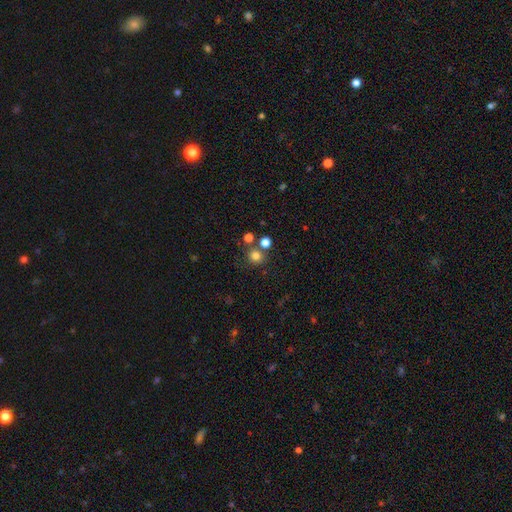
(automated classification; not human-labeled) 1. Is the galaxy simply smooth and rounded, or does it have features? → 77% smooth, 16% star or artifact, 7% featured or disk.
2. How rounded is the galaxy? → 90% round, 9% in between, 1% cigar-shaped.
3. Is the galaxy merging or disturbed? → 73% none, 15% merger, 8% minor disturbance, 3% major disturbance.